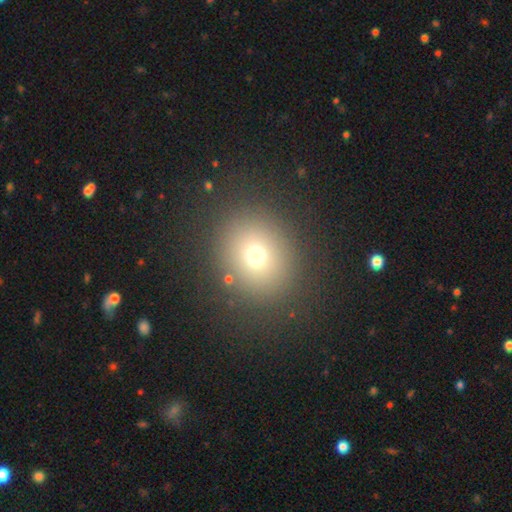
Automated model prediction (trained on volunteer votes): smooth-or-featured: smooth: 71% | star or artifact: 18% | featured or disk: 11%
  how-rounded: round: 77% | in between: 22% | cigar-shaped: 1%
  merging: none: 87% | minor disturbance: 7% | major disturbance: 4% | merger: 2%